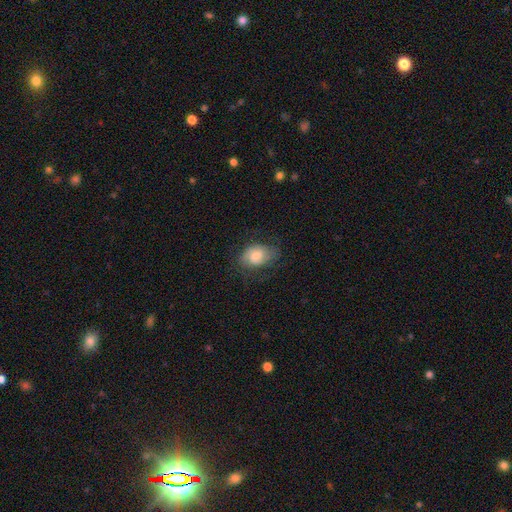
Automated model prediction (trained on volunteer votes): Smooth or featured? smooth (62%)
How rounded? in between (73%)
Merging? none (61%)